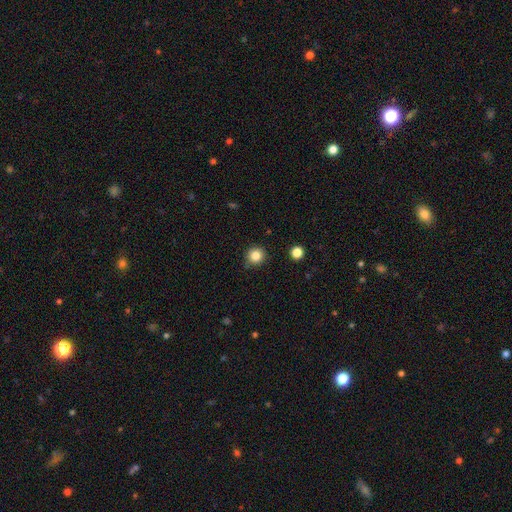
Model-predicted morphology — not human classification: A smooth galaxy with no disk features (84%) that is round (94%). Merging: none (88%).